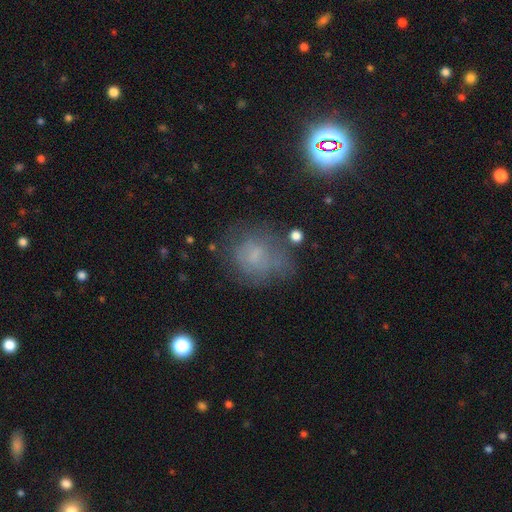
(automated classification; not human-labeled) Morphology: type=smooth (49%); merging=none (54%).